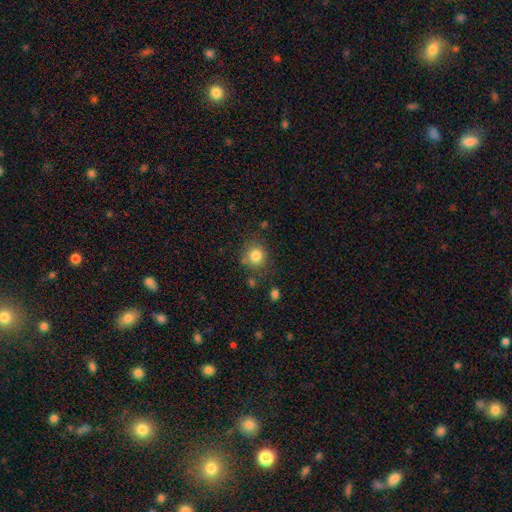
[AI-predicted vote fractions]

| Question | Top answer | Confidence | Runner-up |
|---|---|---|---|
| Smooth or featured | smooth | 83% | star or artifact (11%) |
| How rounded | round | 85% | in between (14%) |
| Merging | none | 77% | minor disturbance (13%) |